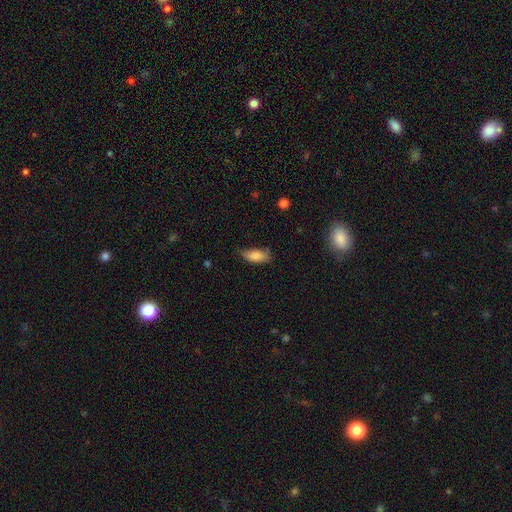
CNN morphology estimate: Smooth or featured? smooth (83%)
How rounded? in between (83%)
Merging? none (59%)